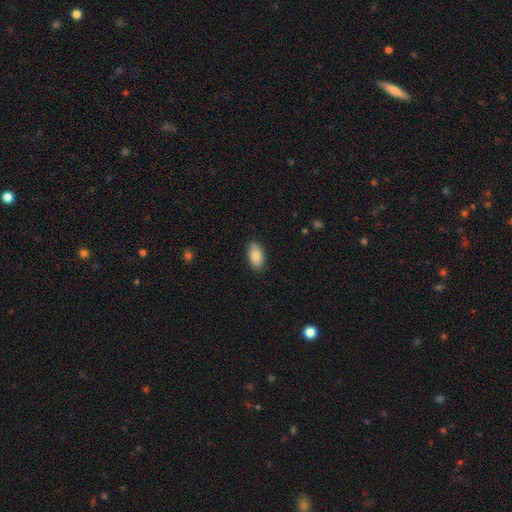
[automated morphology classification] smooth_or_featured: smooth (p=0.85) [alt: featured or disk p=0.09]
how_rounded: in between (p=0.94) [alt: round p=0.05]
merging: none (p=0.87) [alt: minor disturbance p=0.10]